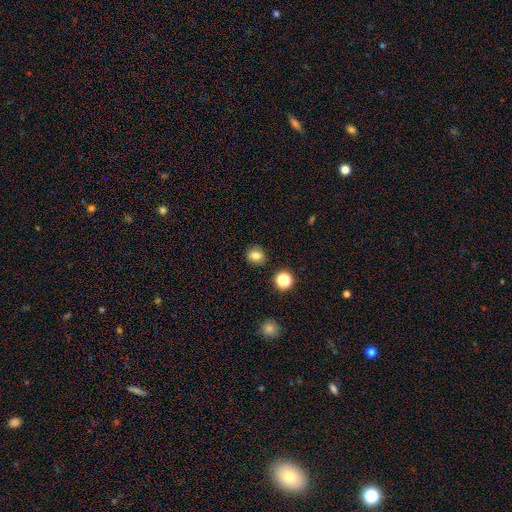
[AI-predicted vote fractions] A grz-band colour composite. It shows a smooth galaxy with no disk features (81%) that is round (67%). Merging: none (86%).